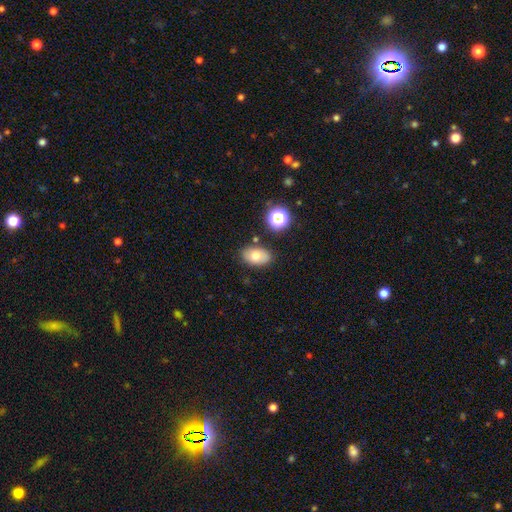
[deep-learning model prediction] Smooth or featured?
  - smooth: 71% *
  - featured or disk: 18%
  - star or artifact: 11%
How rounded?
  - in between: 87% *
  - round: 12%
  - cigar-shaped: 1%
Merging?
  - none: 81% *
  - minor disturbance: 12%
  - merger: 5%
  - major disturbance: 3%